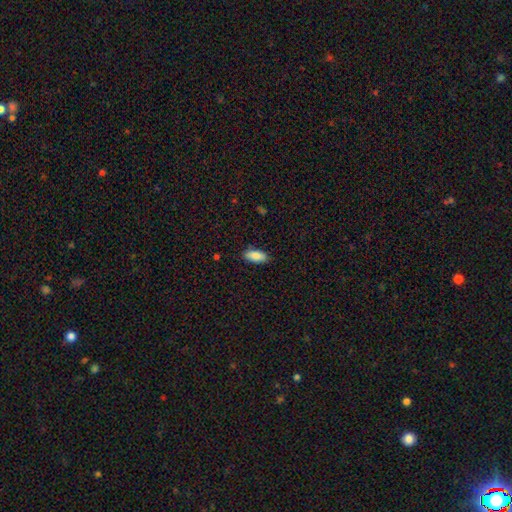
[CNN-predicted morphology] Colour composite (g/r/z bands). It shows a smooth galaxy with no disk features (88%) that is in between round and cigar-shaped (87%). Merging: none (87%).